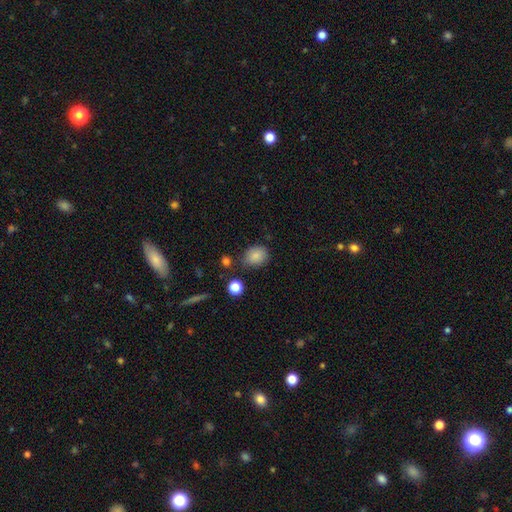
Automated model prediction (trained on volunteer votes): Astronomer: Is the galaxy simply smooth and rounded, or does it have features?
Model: smooth — 84%.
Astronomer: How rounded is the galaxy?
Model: round — 51% (runner-up: in between, 48%).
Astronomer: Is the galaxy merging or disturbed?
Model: none — 73%.